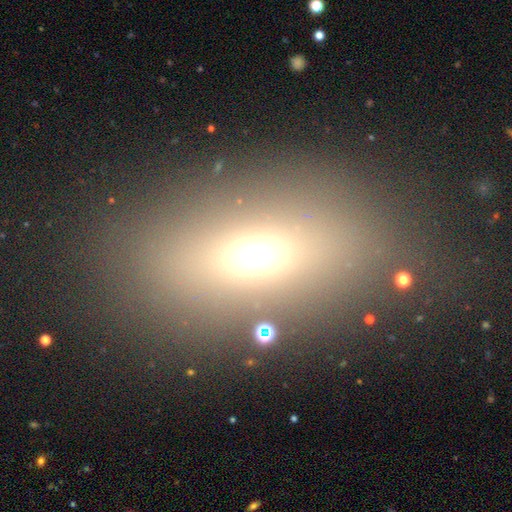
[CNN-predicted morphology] Q: Smooth or featured?
A: smooth (62%); runner-up: star or artifact (20%)
Q: How rounded?
A: in between (78%); runner-up: round (15%)
Q: Merging?
A: none (77%); runner-up: minor disturbance (11%)